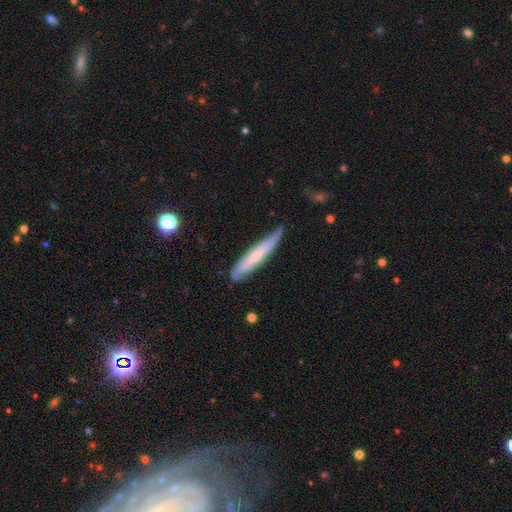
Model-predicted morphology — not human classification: smooth-or-featured: smooth: 52% | featured or disk: 42% | star or artifact: 6%
  how-rounded: cigar-shaped: 91% | in between: 8% | round: 1%
  merging: none: 70% | minor disturbance: 24% | major disturbance: 4% | merger: 2%